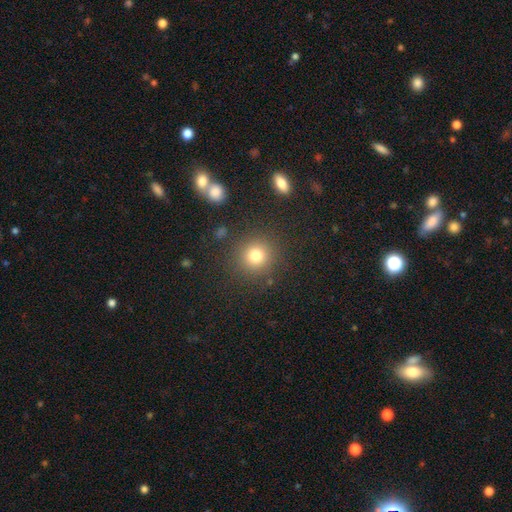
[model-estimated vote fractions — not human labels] The model was most divided on "smooth or featured": smooth: 78%, star or artifact: 14%, featured or disk: 7%. More confident: how rounded — round (92%); merging — none (87%).